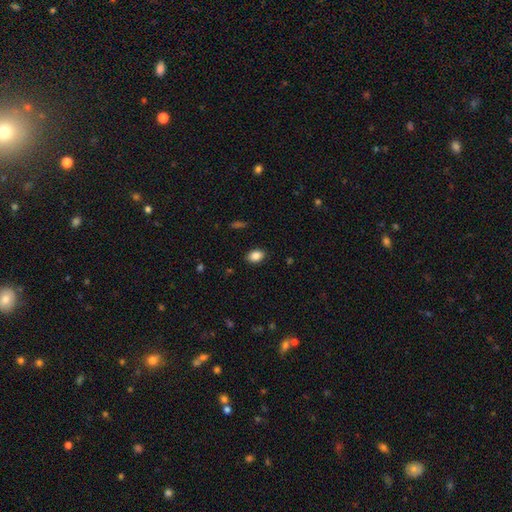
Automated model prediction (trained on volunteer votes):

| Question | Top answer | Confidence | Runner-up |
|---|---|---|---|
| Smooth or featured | smooth | 87% | star or artifact (9%) |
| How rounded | in between | 82% | round (17%) |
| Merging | none | 88% | minor disturbance (9%) |